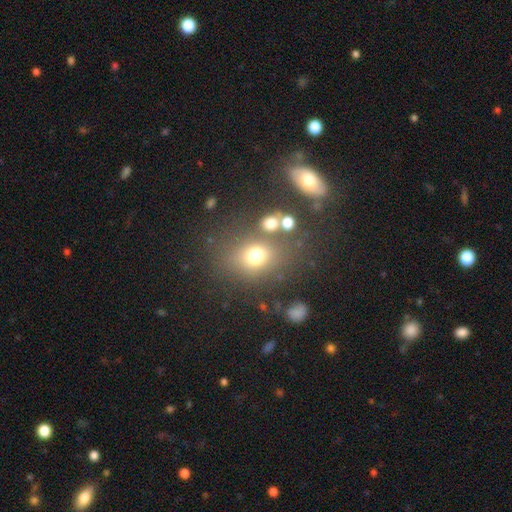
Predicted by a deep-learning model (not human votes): smooth_or_featured: smooth (p=0.71) [alt: star or artifact p=0.18]
how_rounded: round (p=0.56) [alt: in between p=0.42]
merging: none (p=0.64) [alt: merger p=0.14]